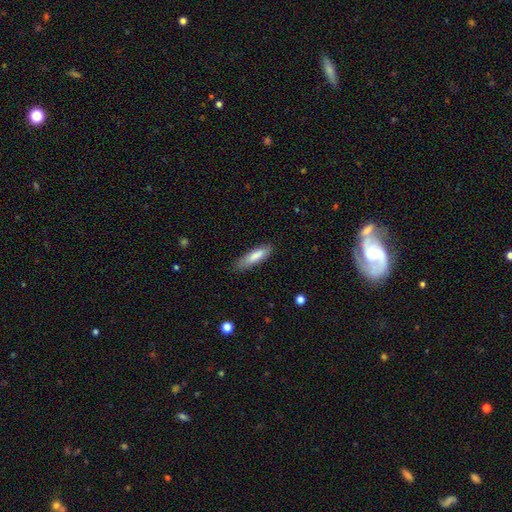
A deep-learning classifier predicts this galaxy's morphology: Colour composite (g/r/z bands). It shows a smooth galaxy with no disk features (81%) that is cigar-shaped (68%). Merging: none (82%).